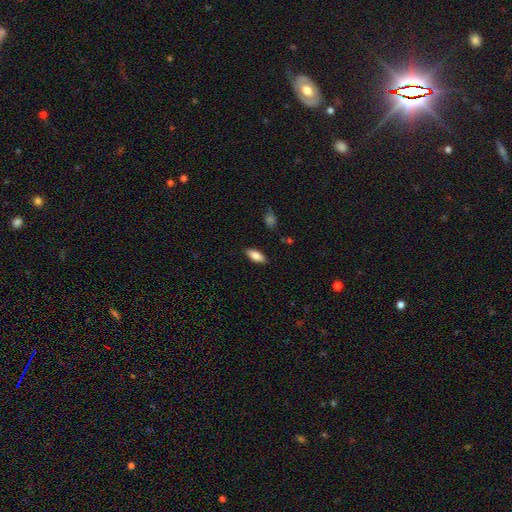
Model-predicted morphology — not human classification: Smooth or featured: smooth — 82% (featured or disk — 11%)
How rounded: in between — 83% (cigar-shaped — 15%)
Merging: none — 88% (minor disturbance — 9%)